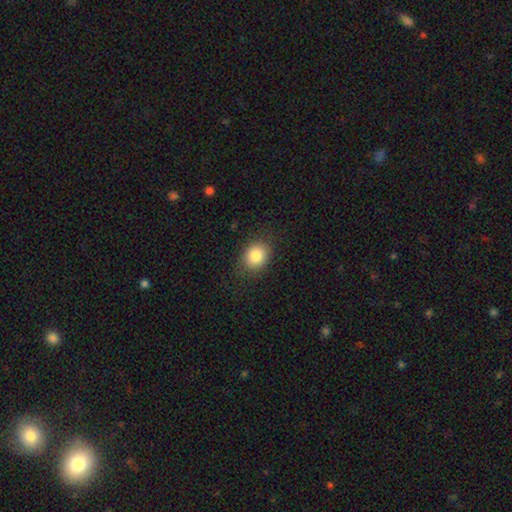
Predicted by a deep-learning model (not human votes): Overall: smooth (85%). How rounded: round (55%; in between 44%). Merging: none (84%).